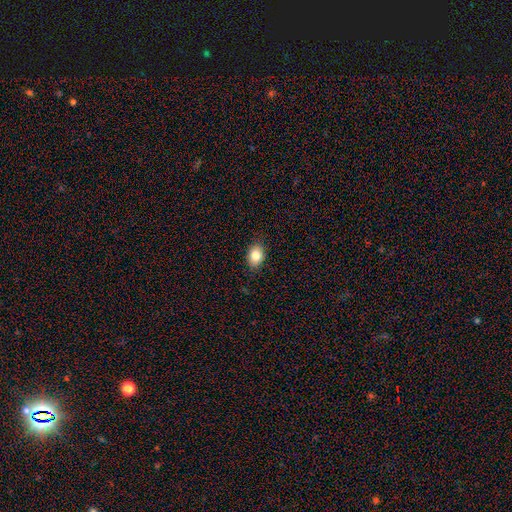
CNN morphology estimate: This is clearly a smooth galaxy (84%). How rounded: likely in between (76%). Merging: clearly none (87%).